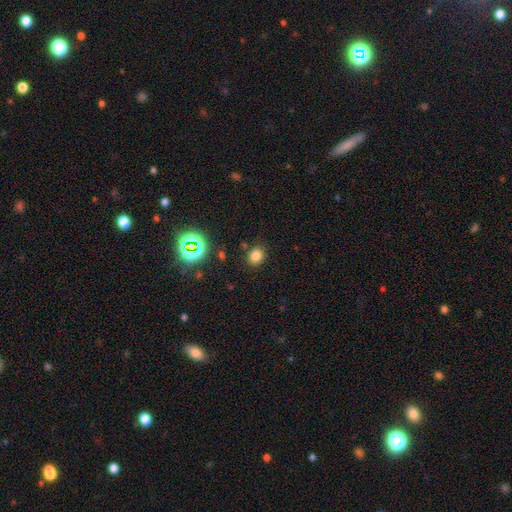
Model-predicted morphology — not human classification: A smooth galaxy with no disk features (77%) that is round (69%).

Vote fractions:
- Smooth or featured? smooth: 77% / star or artifact: 17% / featured or disk: 6%
- How rounded? round: 69% / in between: 30% / cigar-shaped: 1%
- Merging? none: 84% / minor disturbance: 10% / major disturbance: 3% / merger: 3%